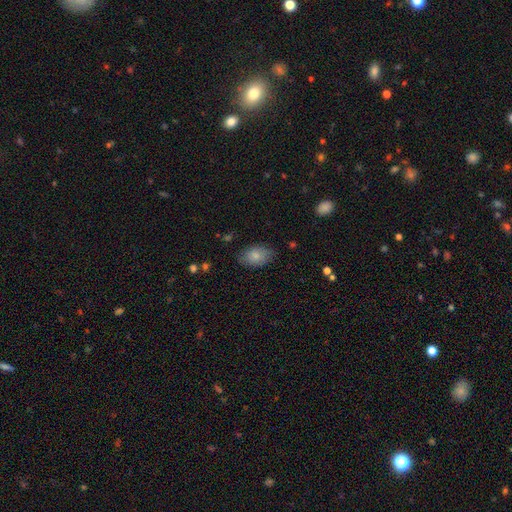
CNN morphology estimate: smooth_or_featured: smooth (p=0.81) [alt: featured or disk p=0.12]
how_rounded: in between (p=0.88) [alt: round p=0.10]
merging: none (p=0.75) [alt: minor disturbance p=0.19]